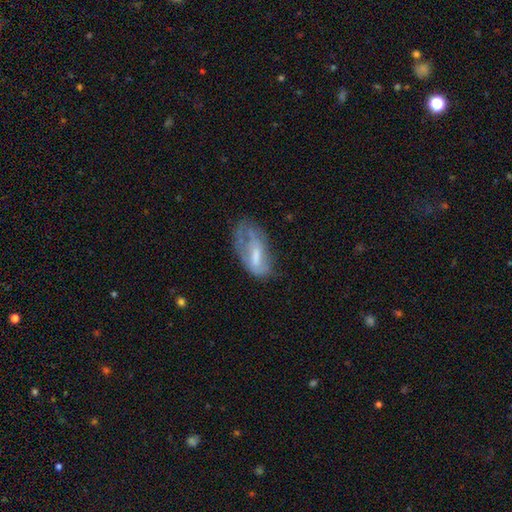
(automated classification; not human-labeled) smooth-or-featured: featured or disk: 46% | smooth: 45% | star or artifact: 9%
  merging: none: 34% | major disturbance: 33% | minor disturbance: 30% | merger: 4%